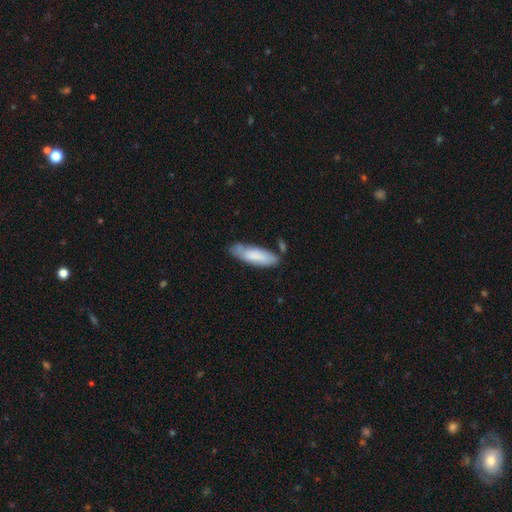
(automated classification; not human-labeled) This is likely a smooth galaxy (78%). How rounded: possibly in between (50%). Merging: likely none (61%).